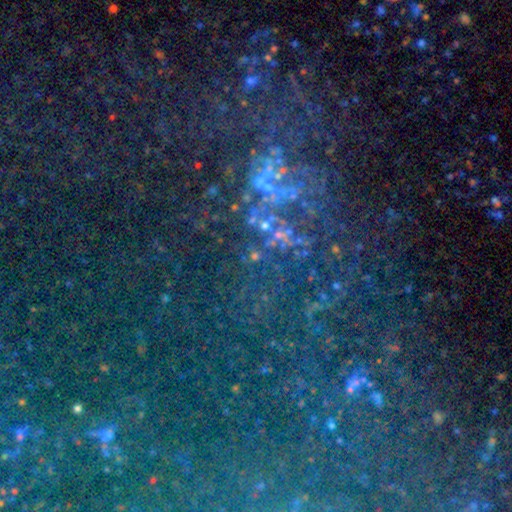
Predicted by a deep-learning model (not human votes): Smooth or featured? star or artifact (79%)